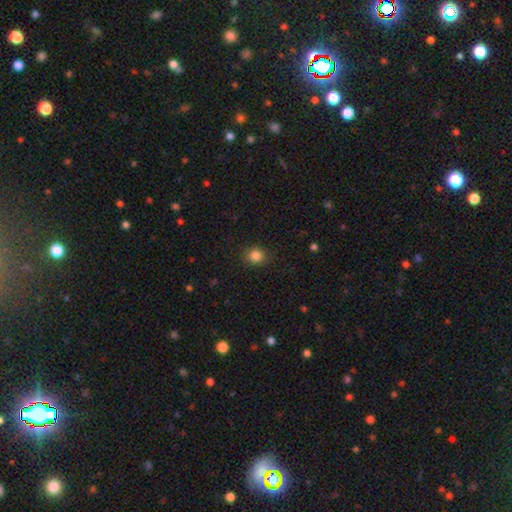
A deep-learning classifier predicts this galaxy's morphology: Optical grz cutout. It shows a smooth galaxy with no disk features (85%) that is round (82%). Merging: none (86%).